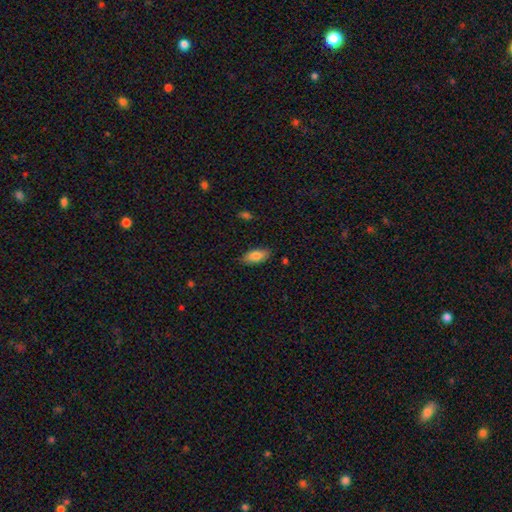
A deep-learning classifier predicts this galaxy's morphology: This appears to be a smooth galaxy with no disk features (83%) that is in between round and cigar-shaped (85%). Merging: none (85%).